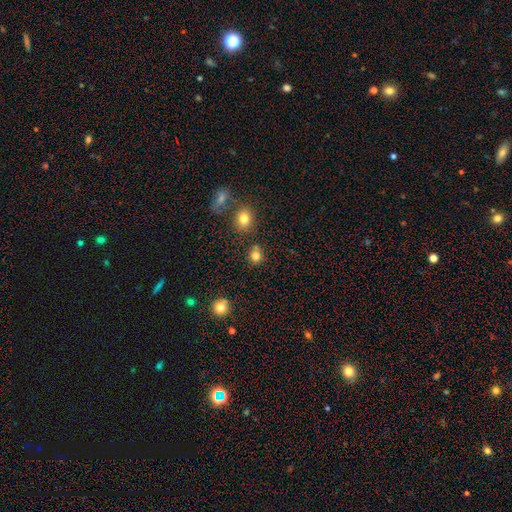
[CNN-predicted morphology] Overall: smooth (81%). How rounded: round (86%). Merging: none (76%).